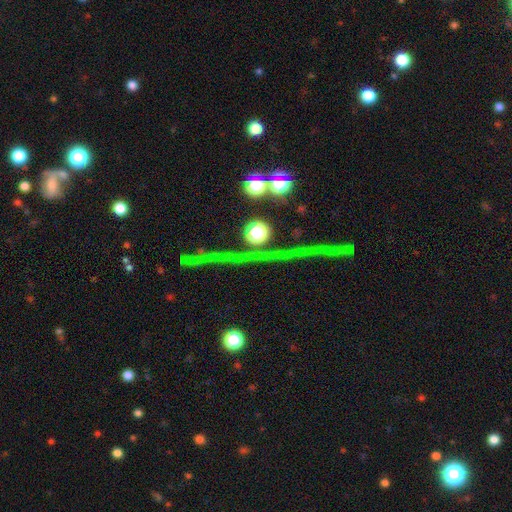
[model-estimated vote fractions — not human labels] smooth_or_featured: star or artifact (p=0.58) [alt: featured or disk p=0.22]